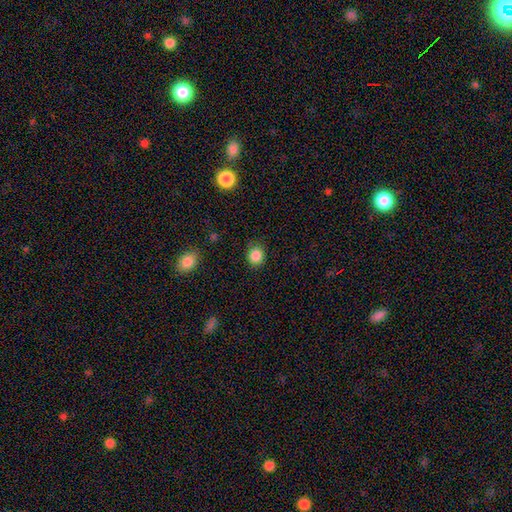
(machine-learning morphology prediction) Smooth or featured? Predicted: smooth (p=0.87). How rounded? Predicted: round (p=0.76). Merging? Predicted: none (p=0.83).